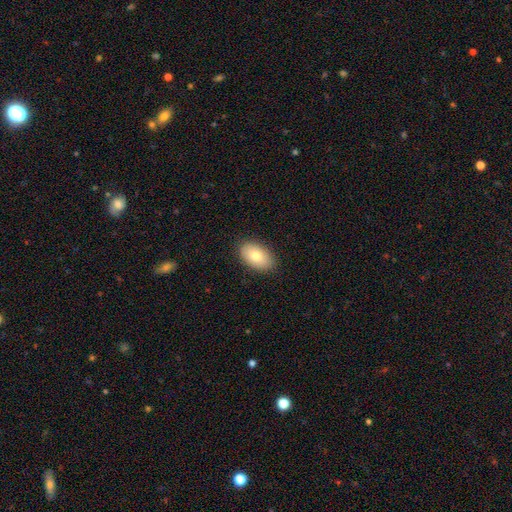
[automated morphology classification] smooth_or_featured: smooth (p=0.78) [alt: featured or disk p=0.15]
how_rounded: in between (p=0.93) [alt: round p=0.06]
merging: none (p=0.88) [alt: minor disturbance p=0.09]